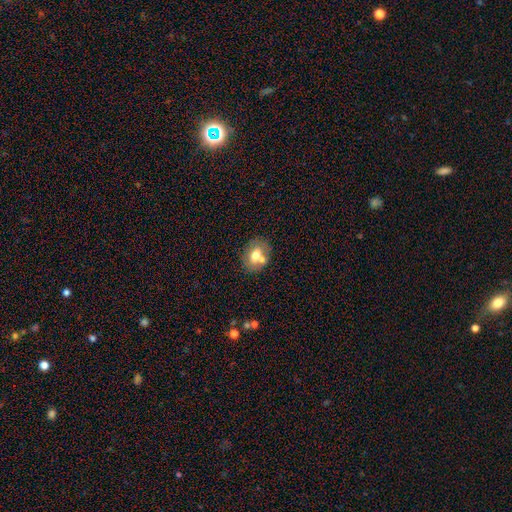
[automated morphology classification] Overall: smooth (65%; featured or disk 26%). How rounded: in between (54%; round 45%). Merging: none (60%; merger 21%).